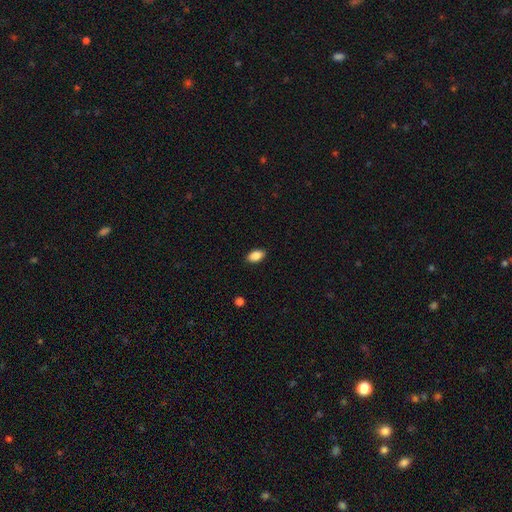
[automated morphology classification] This appears to be a smooth galaxy with no disk features (88%) that is in between round and cigar-shaped (92%). Merging: none (89%).